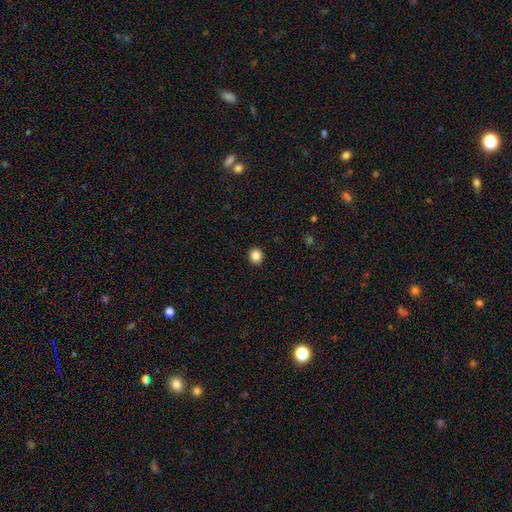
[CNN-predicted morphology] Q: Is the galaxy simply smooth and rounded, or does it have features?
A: smooth — 85%.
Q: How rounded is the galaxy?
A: round — 85%.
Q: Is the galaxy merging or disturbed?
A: none — 93%.